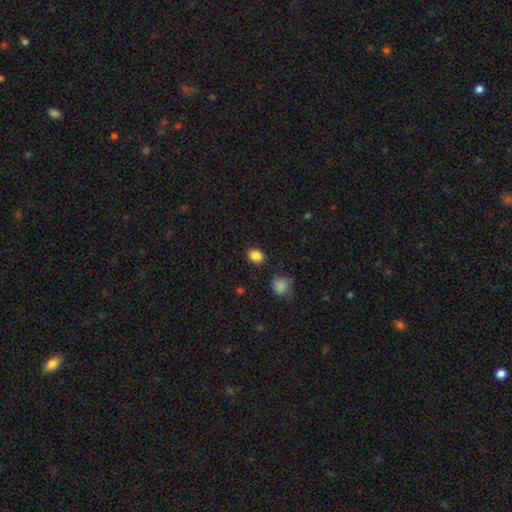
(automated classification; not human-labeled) The model was most divided on "how rounded": in between: 57%, round: 42%, cigar-shaped: 1%. More confident: smooth or featured — smooth (86%); merging — none (84%).